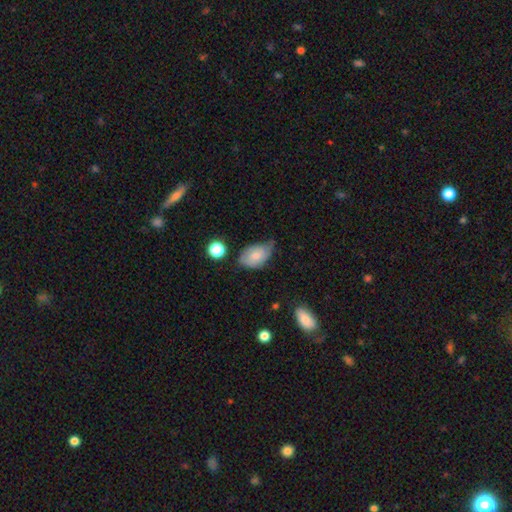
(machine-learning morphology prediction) Smooth or featured: smooth — 63% (featured or disk — 29%)
How rounded: in between — 88% (round — 11%)
Merging: minor disturbance — 46% (none — 38%)